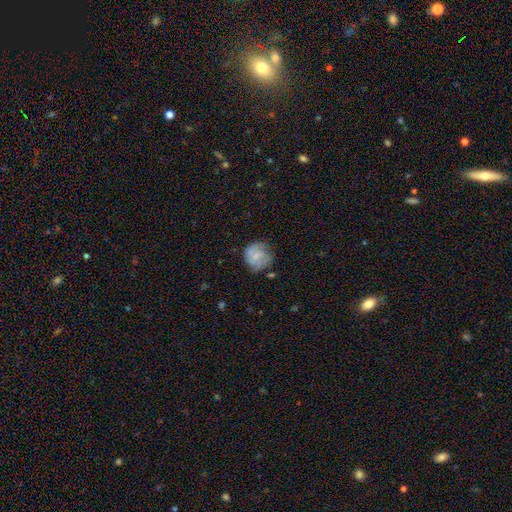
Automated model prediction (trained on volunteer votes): smooth_or_featured: featured or disk (p=0.48) [alt: smooth p=0.44]
merging: none (p=0.64) [alt: minor disturbance p=0.23]